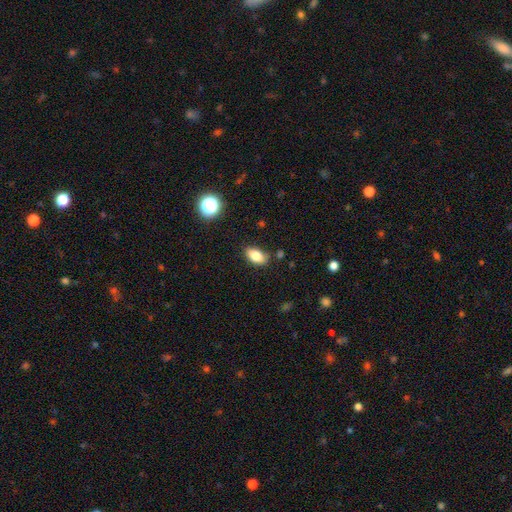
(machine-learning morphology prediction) Overall: smooth (81%). How rounded: in between (90%). Merging: none (82%).